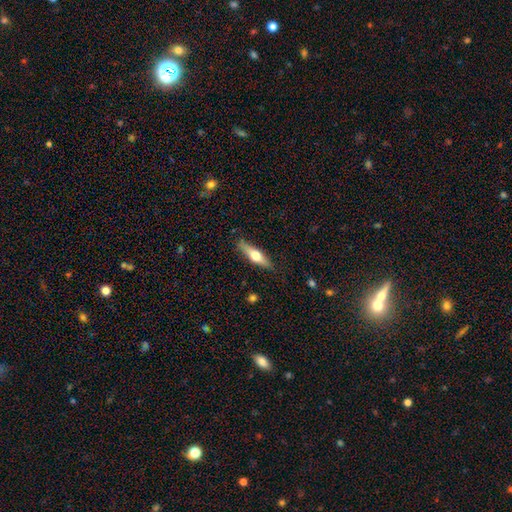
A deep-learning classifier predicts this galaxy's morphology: Smooth or featured: smooth — 47% (tied with featured or disk — 47%)
Merging: none — 85% (minor disturbance — 11%)